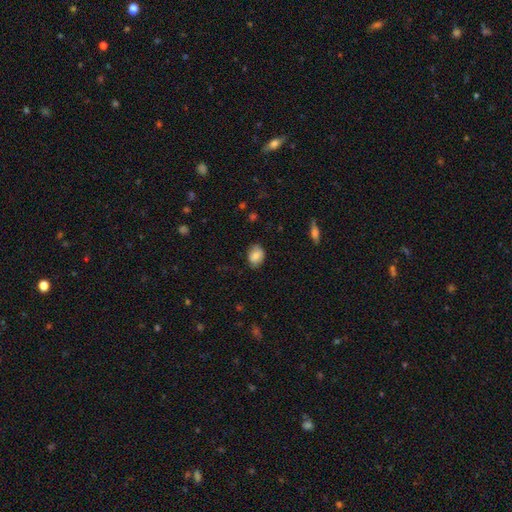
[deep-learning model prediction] Morphology: type=smooth (81%); roundness=in between (72%); merging=none (73%).